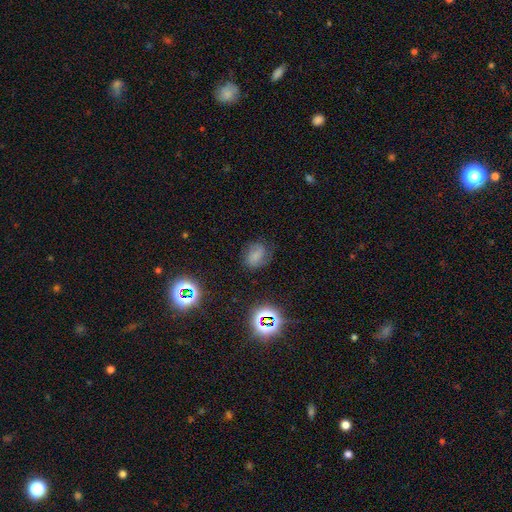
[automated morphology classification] Smooth or featured: smooth — 46% (featured or disk — 33%)
Merging: none — 69% (minor disturbance — 20%)